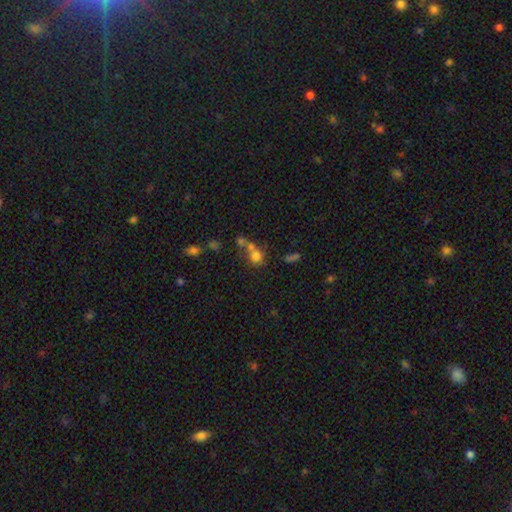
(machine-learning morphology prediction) Overall: smooth (70%). How rounded: round (78%). Merging: merger (51%; none 32%).